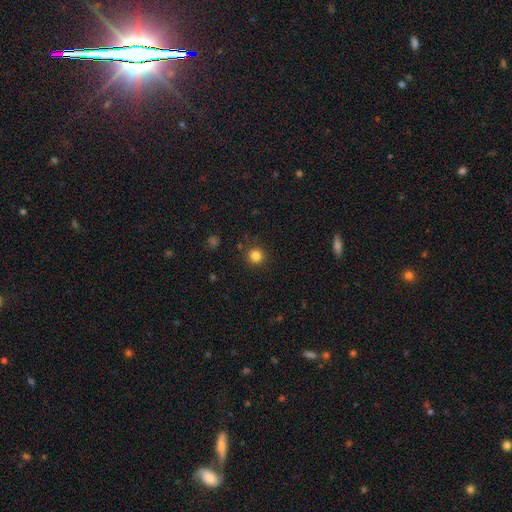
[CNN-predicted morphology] A smooth galaxy with no disk features (82%) that is round (94%). Merging: none (89%).